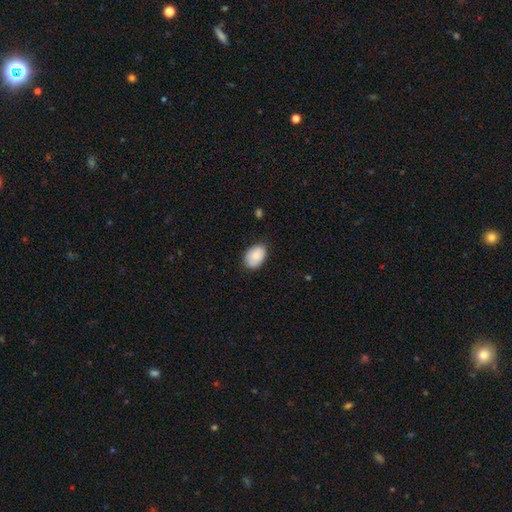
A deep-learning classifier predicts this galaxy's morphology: Smooth or featured?
  - smooth: 77% *
  - featured or disk: 16%
  - star or artifact: 7%
How rounded?
  - in between: 80% *
  - round: 19%
  - cigar-shaped: 1%
Merging?
  - none: 77% *
  - minor disturbance: 19%
  - major disturbance: 3%
  - merger: 1%